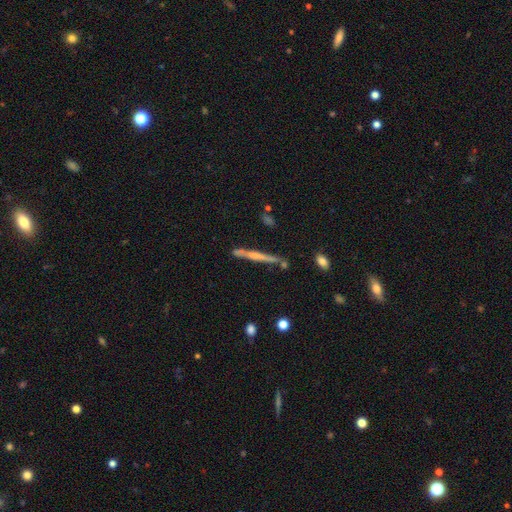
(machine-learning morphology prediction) Smooth or featured? featured or disk (57%)
Edge-on disk? yes (96%)
Edge-on bulge? none (50%)
Merging? none (81%)